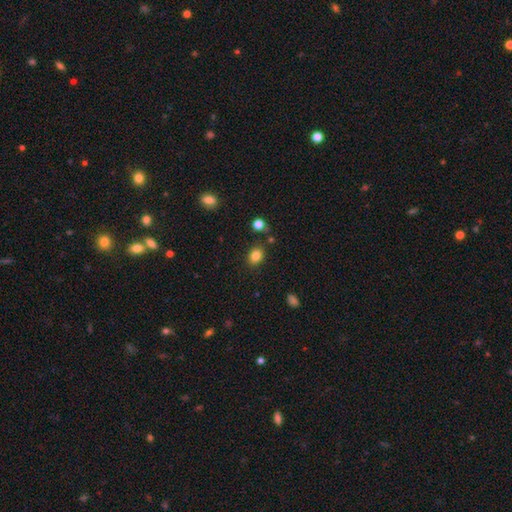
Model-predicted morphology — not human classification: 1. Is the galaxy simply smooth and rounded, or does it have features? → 83% smooth, 11% star or artifact, 6% featured or disk.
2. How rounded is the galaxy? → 56% in between, 43% round, 1% cigar-shaped.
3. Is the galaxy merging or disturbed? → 83% none, 10% minor disturbance, 4% merger, 3% major disturbance.